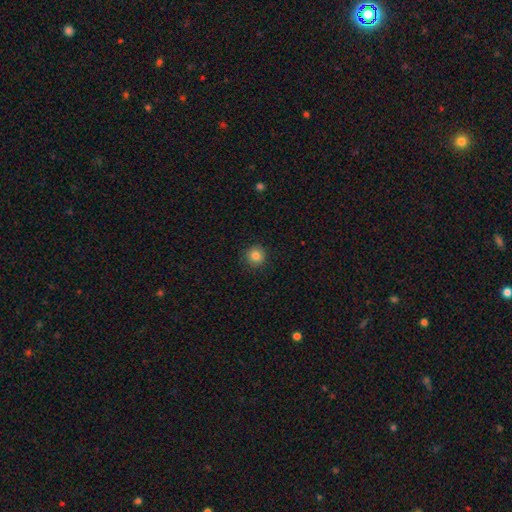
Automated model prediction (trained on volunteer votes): Smooth or featured: smooth — 84% (star or artifact — 11%)
How rounded: round — 94% (in between — 5%)
Merging: none — 91% (minor disturbance — 6%)